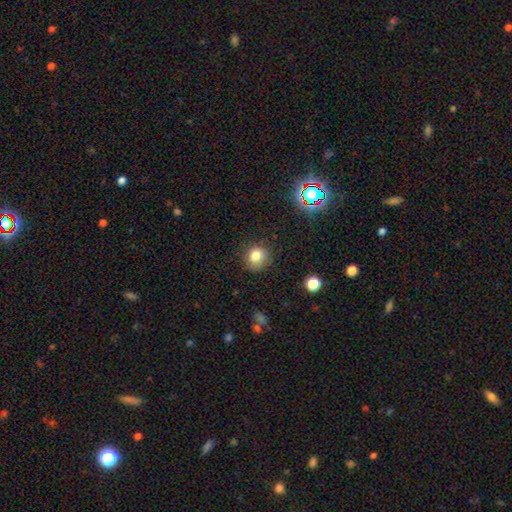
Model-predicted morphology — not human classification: Smooth or featured: smooth — 80% (star or artifact — 13%)
How rounded: round — 86% (in between — 13%)
Merging: none — 81% (minor disturbance — 14%)